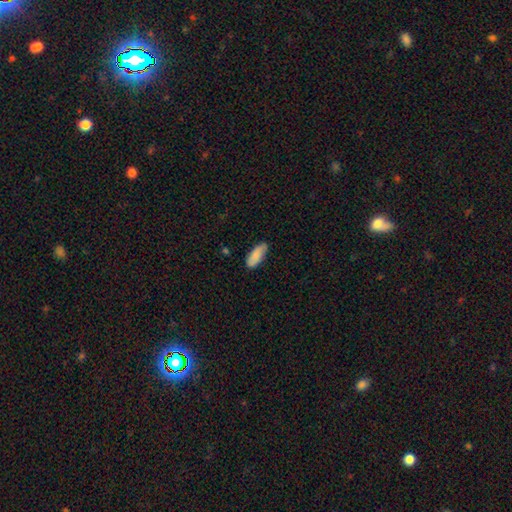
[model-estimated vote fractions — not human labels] Overall: smooth (85%). How rounded: in between (81%). Merging: none (78%).